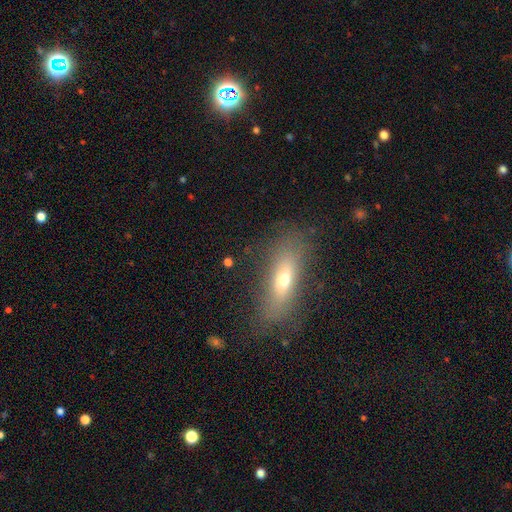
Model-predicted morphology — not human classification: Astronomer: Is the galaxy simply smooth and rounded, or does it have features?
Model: smooth — 53% (runner-up: featured or disk, 34%).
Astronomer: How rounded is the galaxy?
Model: cigar-shaped — 48%, tied with in between at 48%.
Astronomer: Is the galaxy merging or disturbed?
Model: none — 76%.